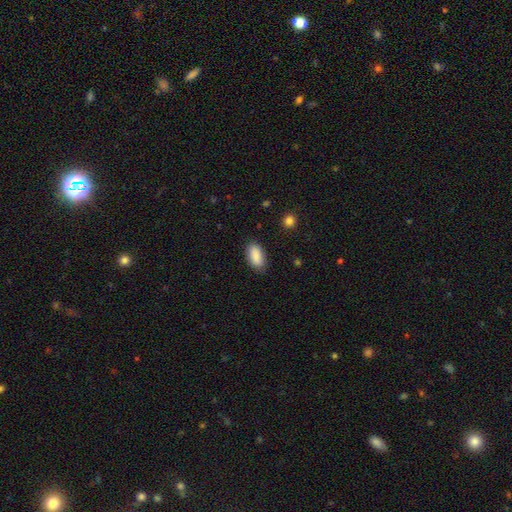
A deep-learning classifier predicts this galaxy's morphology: This is clearly a smooth galaxy (89%). How rounded: clearly in between (92%). Merging: clearly none (83%).